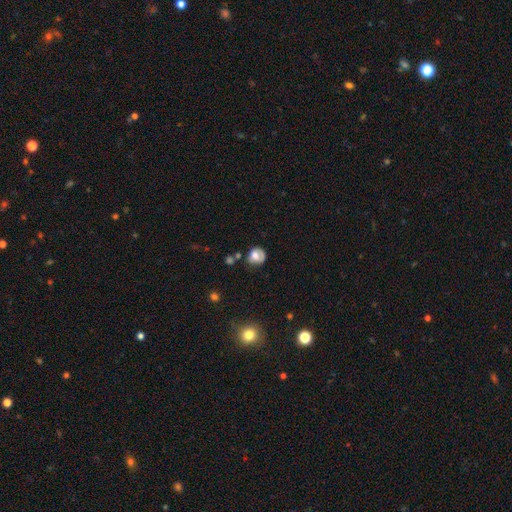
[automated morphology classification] smooth 64%, featured or disk 27%, star or artifact 9%. Down the decision tree: how rounded — round (73%); merging — none (54%).